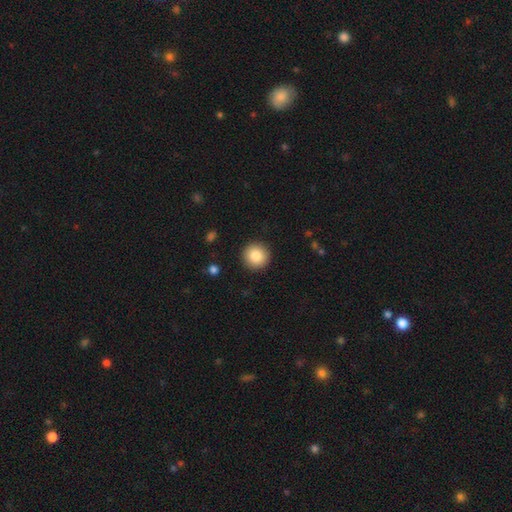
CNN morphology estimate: This is clearly a smooth galaxy (84%). How rounded: clearly round (96%). Merging: clearly none (92%).